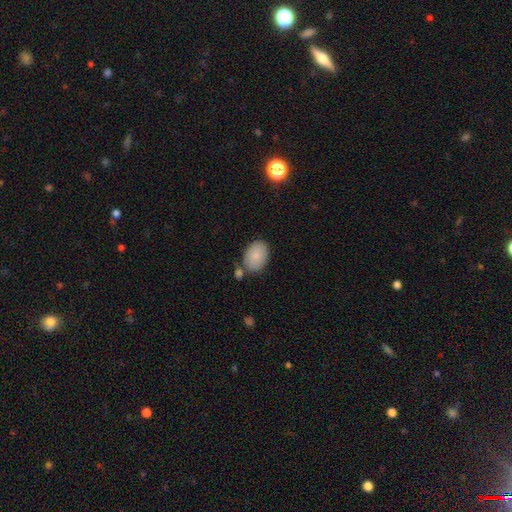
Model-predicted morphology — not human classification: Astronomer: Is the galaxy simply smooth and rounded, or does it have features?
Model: smooth — 86%.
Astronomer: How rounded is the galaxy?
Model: in between — 86%.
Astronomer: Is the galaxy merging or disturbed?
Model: none — 71%.